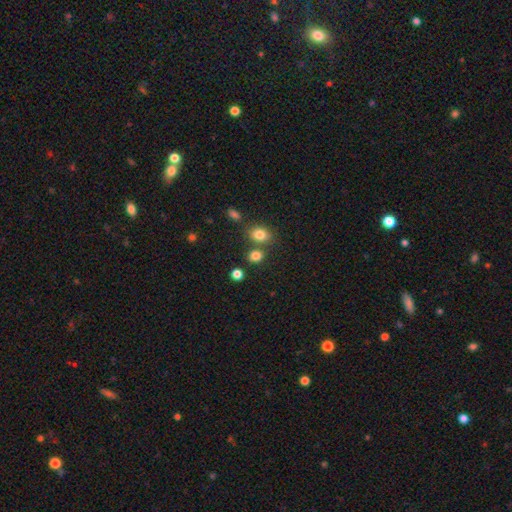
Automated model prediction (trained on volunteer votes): Smooth or featured? Predicted: smooth (p=0.82). How rounded? Predicted: round (p=0.58). Merging? Predicted: none (p=0.68).